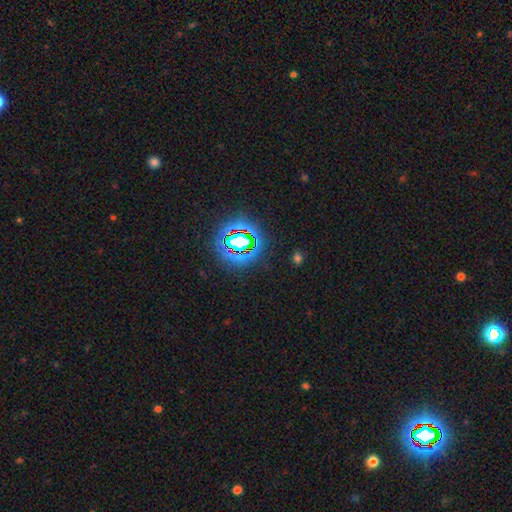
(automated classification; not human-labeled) Smooth or featured?
  - star or artifact: 77% *
  - smooth: 15%
  - featured or disk: 9%